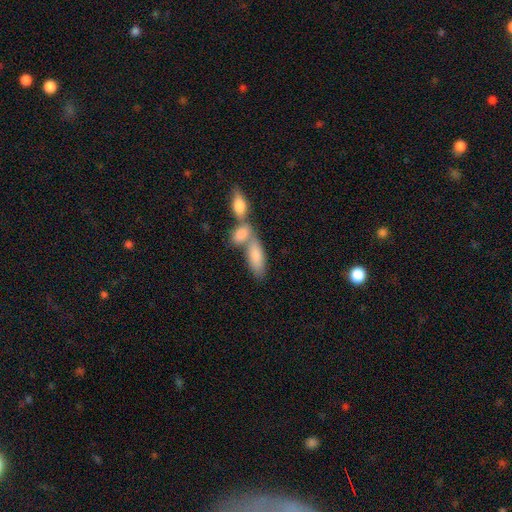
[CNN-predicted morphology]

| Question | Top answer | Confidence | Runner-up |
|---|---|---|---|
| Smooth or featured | smooth | 80% | featured or disk (14%) |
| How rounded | in between | 73% | cigar-shaped (23%) |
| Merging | merger | 52% | none (34%) |